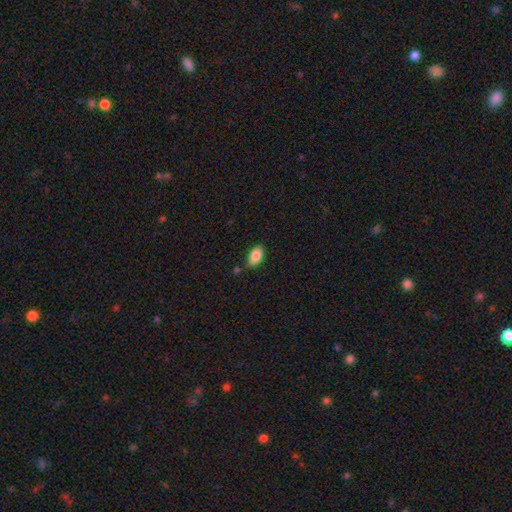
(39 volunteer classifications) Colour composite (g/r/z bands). It shows a smooth galaxy with no disk features (87%) that is in between round and cigar-shaped (94%). Merging: none (53%).